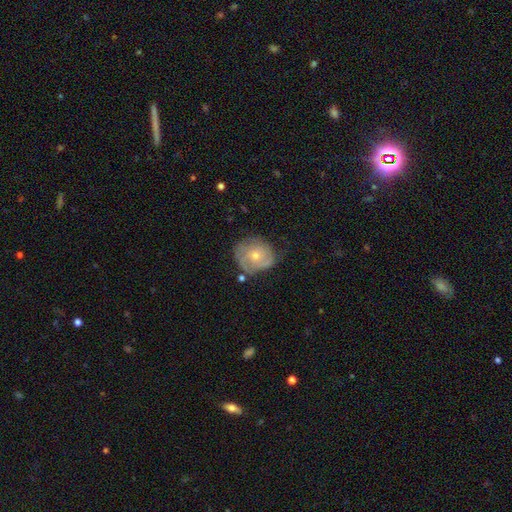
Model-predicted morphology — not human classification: smooth-or-featured: featured or disk: 67% | smooth: 25% | star or artifact: 8%
  disk-edge-on: no: 97% | yes: 3%
    bar: no: 82% | weak: 16% | strong: 3%
    has-spiral-arms: yes: 83% | no: 17%
      spiral-winding: tight: 67% | medium: 25% | loose: 8%
      spiral-arm-count: can't tell: 40% | 2: 29% | 3: 18% | 1: 6% | 4: 5% | more than 4: 3%
    bulge-size: small: 50% | moderate: 46% | large: 1% | none: 1% | dominant: 1%
  merging: none: 64% | minor disturbance: 24% | major disturbance: 9% | merger: 3%